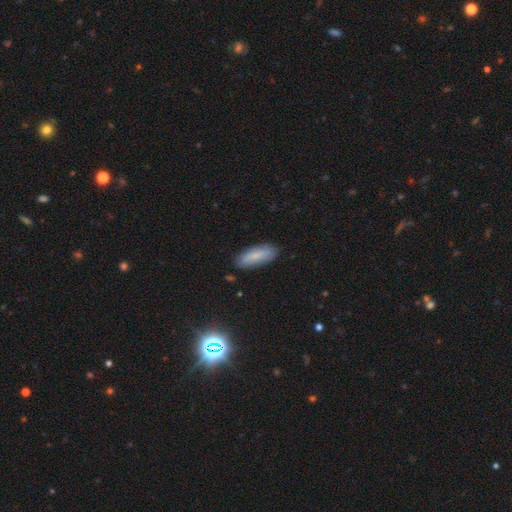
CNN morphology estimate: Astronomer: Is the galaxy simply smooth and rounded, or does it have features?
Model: smooth — 69%.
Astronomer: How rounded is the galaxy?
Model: in between — 67%.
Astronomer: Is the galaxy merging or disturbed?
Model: none — 84%.